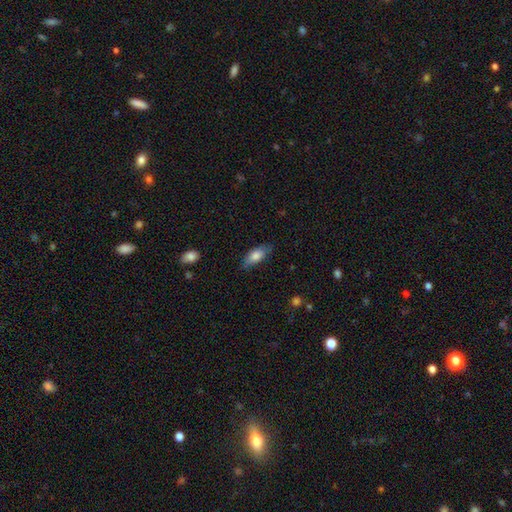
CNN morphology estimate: smooth-or-featured: smooth: 79% | featured or disk: 15% | star or artifact: 6%
  how-rounded: in between: 81% | cigar-shaped: 17% | round: 3%
  merging: none: 77% | minor disturbance: 18% | major disturbance: 4% | merger: 1%